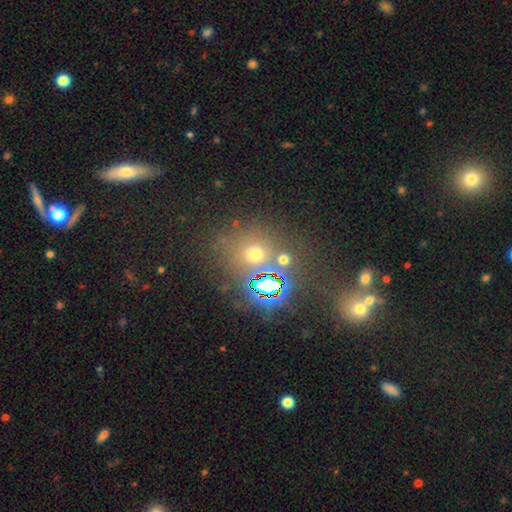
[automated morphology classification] smooth_or_featured: smooth (p=0.48) [alt: star or artifact p=0.42]
merging: none (p=0.69) [alt: merger p=0.15]